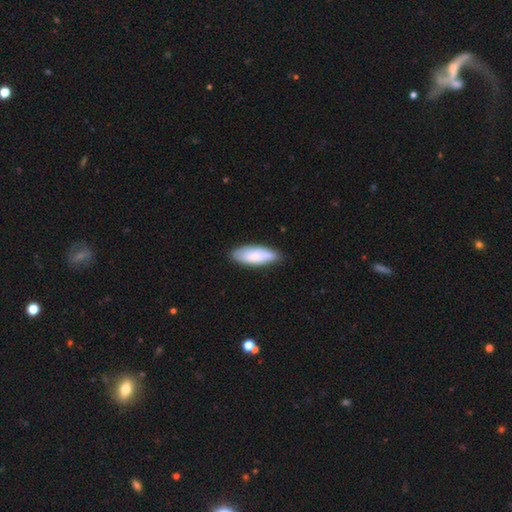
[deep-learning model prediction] Smooth or featured? smooth (67%)
How rounded? in between (77%)
Merging? none (76%)